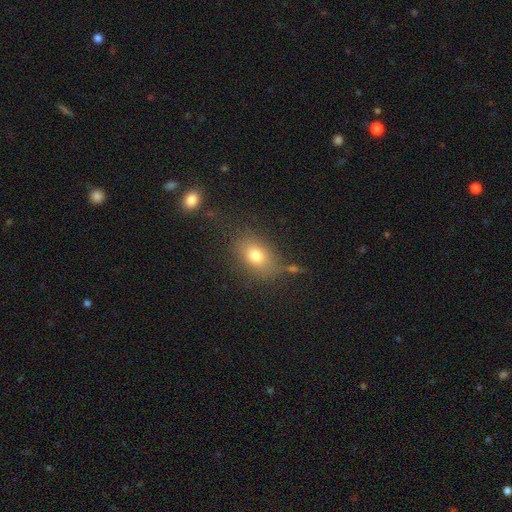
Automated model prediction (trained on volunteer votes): smooth_or_featured: smooth (p=0.77) [alt: featured or disk p=0.12]
how_rounded: in between (p=0.75) [alt: round p=0.23]
merging: none (p=0.72) [alt: minor disturbance p=0.16]